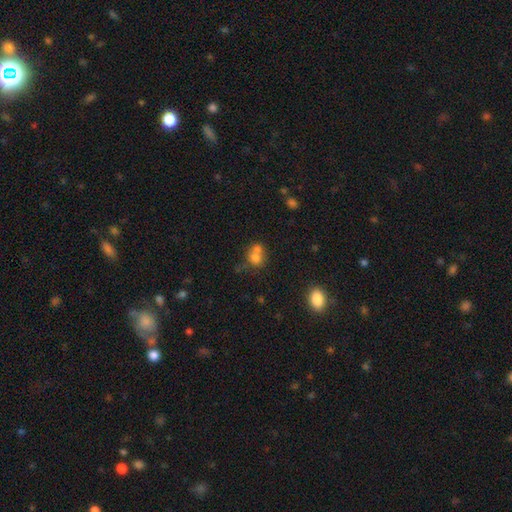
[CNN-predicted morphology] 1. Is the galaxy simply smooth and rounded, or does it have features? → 70% smooth, 16% featured or disk, 13% star or artifact.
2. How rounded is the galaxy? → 70% round, 29% in between, 1% cigar-shaped.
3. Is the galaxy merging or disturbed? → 58% merger, 30% none, 8% minor disturbance, 4% major disturbance.